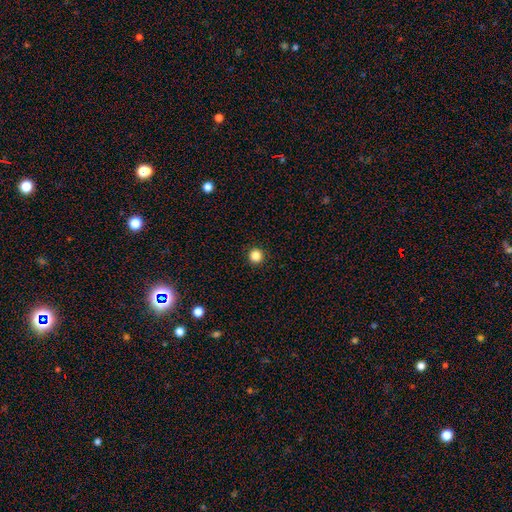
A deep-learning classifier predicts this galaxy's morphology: smooth_or_featured: smooth (p=0.85) [alt: star or artifact p=0.11]
how_rounded: round (p=0.96) [alt: in between p=0.03]
merging: none (p=0.94) [alt: minor disturbance p=0.04]